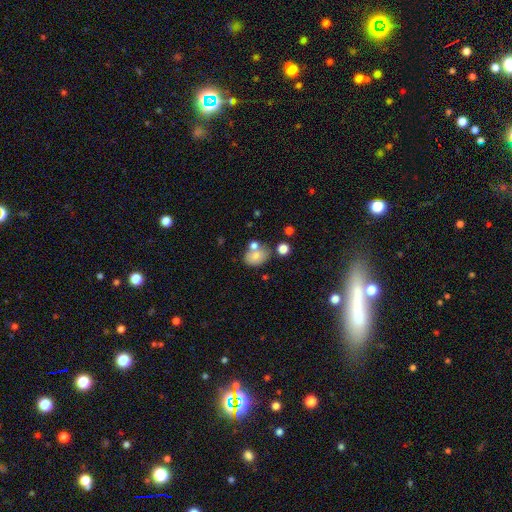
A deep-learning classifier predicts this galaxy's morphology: Q: Smooth or featured?
A: smooth (72%); runner-up: featured or disk (18%)
Q: How rounded?
A: in between (58%); runner-up: round (41%)
Q: Merging?
A: none (52%); runner-up: merger (26%)